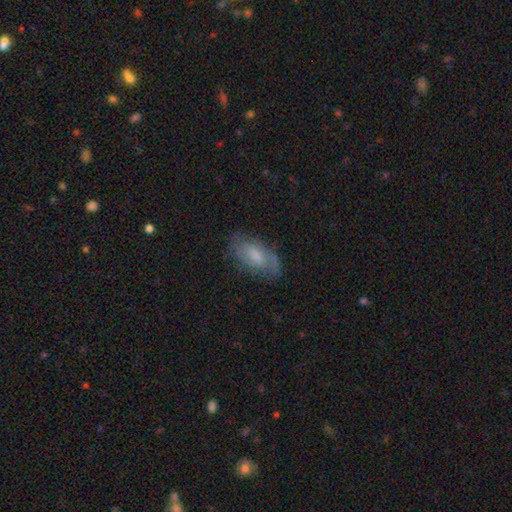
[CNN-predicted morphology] This is possibly a smooth galaxy (52%). How rounded: clearly in between (89%). Merging: likely none (71%).